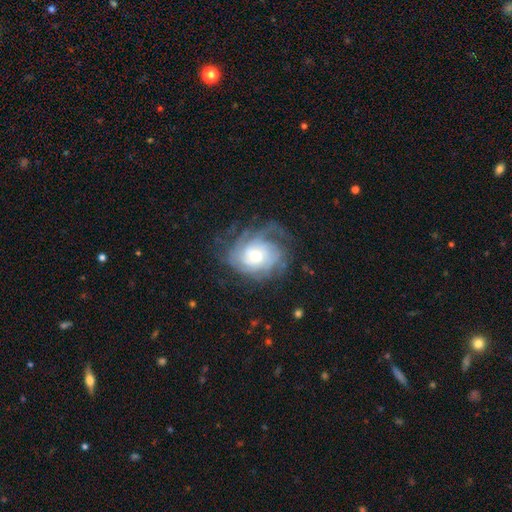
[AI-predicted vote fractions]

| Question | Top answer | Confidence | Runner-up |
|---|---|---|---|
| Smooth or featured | featured or disk | 80% | smooth (13%) |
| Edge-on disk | no | 97% | yes (3%) |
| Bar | no | 71% | weak (25%) |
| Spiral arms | yes | 92% | no (8%) |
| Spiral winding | tight | 61% | medium (29%) |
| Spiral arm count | can't tell | 45% | 3 (15%) |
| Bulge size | moderate | 56% | small (32%) |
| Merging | none | 60% | minor disturbance (21%) |